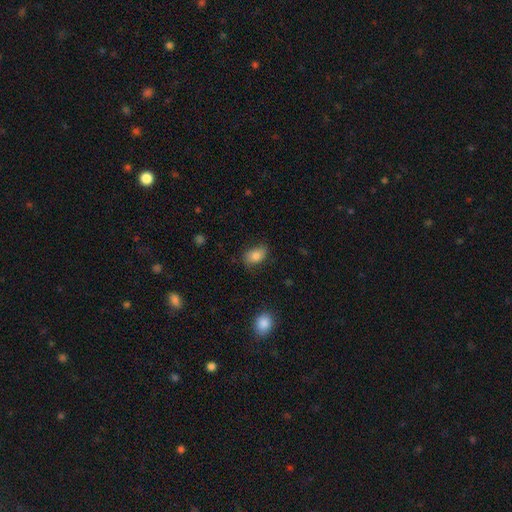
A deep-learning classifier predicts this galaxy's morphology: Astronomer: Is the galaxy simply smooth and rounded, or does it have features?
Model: smooth — 83%.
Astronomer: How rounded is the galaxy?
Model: in between — 86%.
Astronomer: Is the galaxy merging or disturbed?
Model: none — 77%.